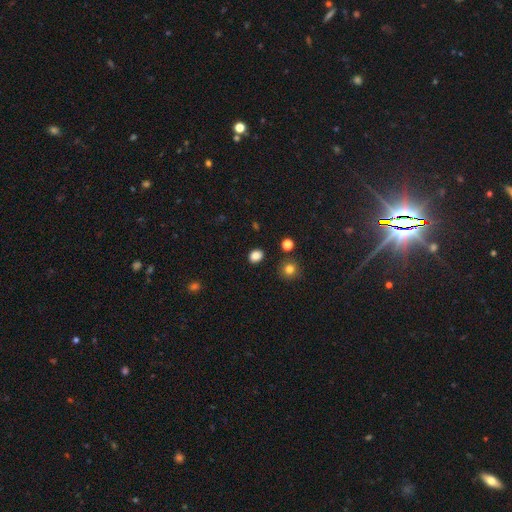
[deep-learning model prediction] Morphology: type=smooth (85%); roundness=in between (51%); merging=none (87%).